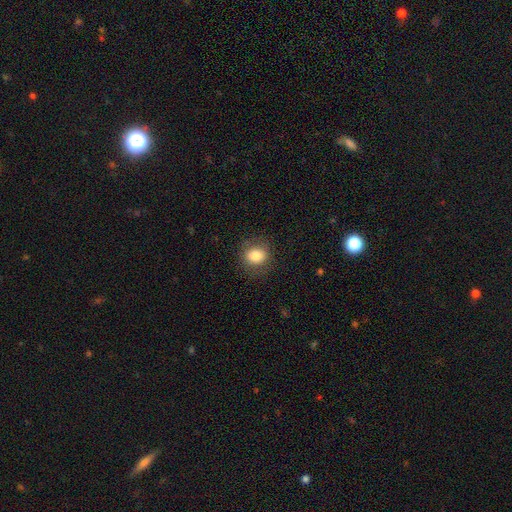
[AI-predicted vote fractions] Smooth or featured: smooth — 81% (star or artifact — 10%)
How rounded: round — 74% (in between — 25%)
Merging: none — 82% (minor disturbance — 12%)